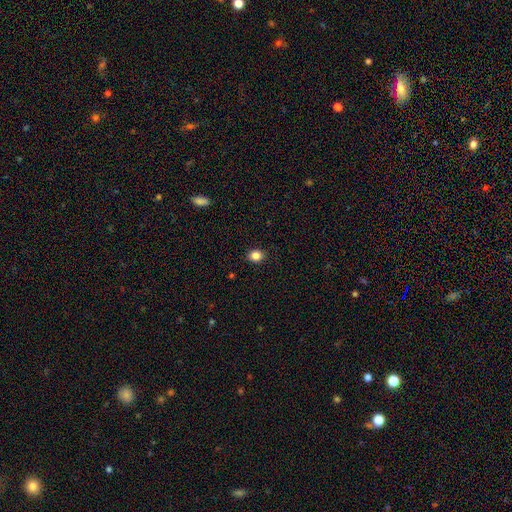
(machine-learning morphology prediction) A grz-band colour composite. It shows a smooth galaxy with no disk features (85%) that is round (63%). Merging: none (91%).